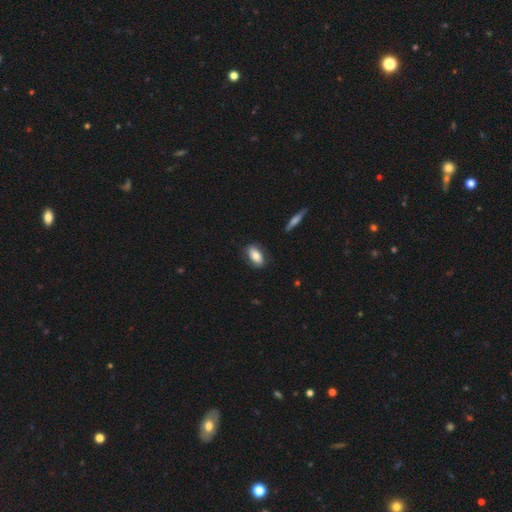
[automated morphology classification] Smooth or featured?
  - smooth: 79% *
  - featured or disk: 15%
  - star or artifact: 6%
How rounded?
  - in between: 88% *
  - cigar-shaped: 8%
  - round: 4%
Merging?
  - none: 82% *
  - minor disturbance: 14%
  - major disturbance: 3%
  - merger: 2%